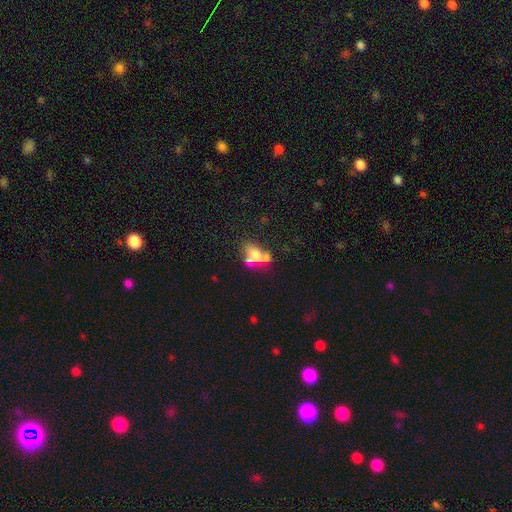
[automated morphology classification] Smooth or featured? smooth (55%)
How rounded? in between (77%)
Merging? merger (38%)